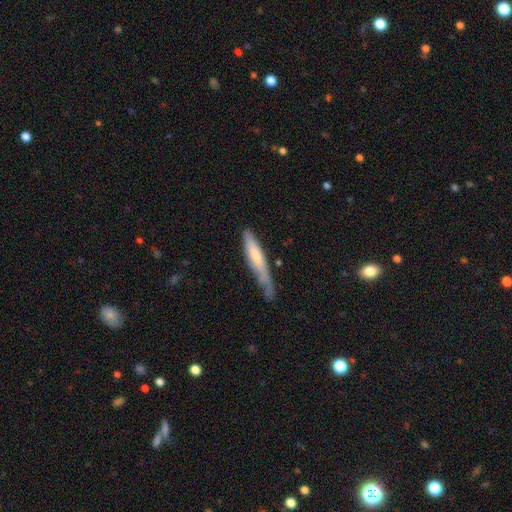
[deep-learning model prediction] A smooth galaxy with no disk features (54%) that is cigar-shaped (85%). Merging: none (47%).